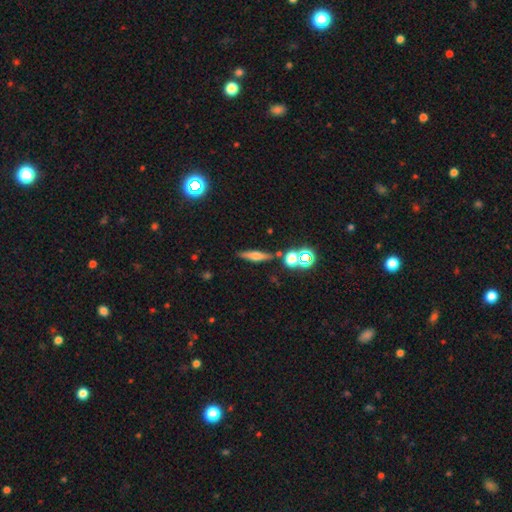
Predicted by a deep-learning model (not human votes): Smooth or featured?
  - smooth: 43% * (tied)
  - featured or disk: 43% * (tied)
  - star or artifact: 13%
Merging?
  - none: 81% *
  - minor disturbance: 10%
  - merger: 6%
  - major disturbance: 3%